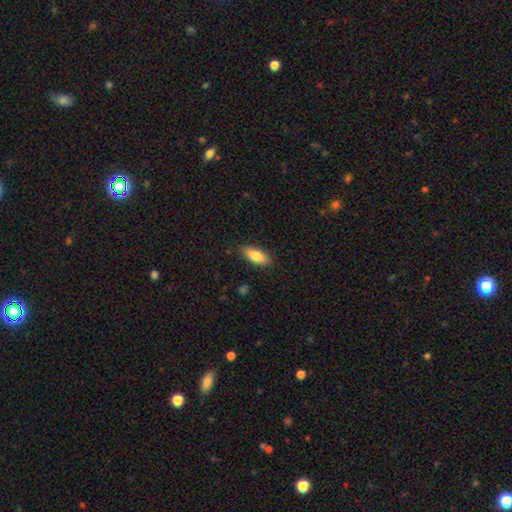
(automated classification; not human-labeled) Smooth or featured?
  - smooth: 80% *
  - featured or disk: 14%
  - star or artifact: 6%
How rounded?
  - in between: 77% *
  - cigar-shaped: 20%
  - round: 2%
Merging?
  - none: 86% *
  - minor disturbance: 10%
  - major disturbance: 2%
  - merger: 1%